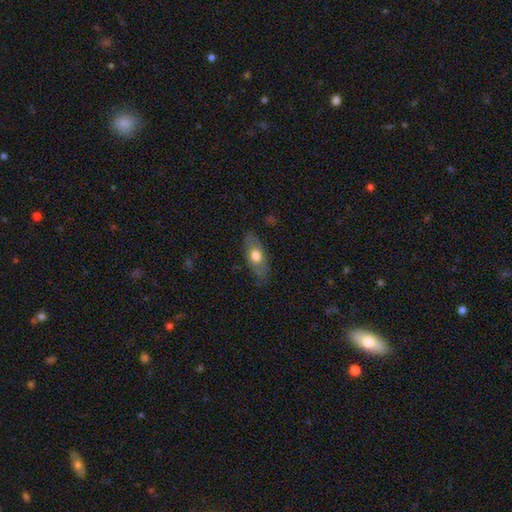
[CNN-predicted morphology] Overall: smooth (59%; featured or disk 35%). How rounded: in between (79%). Merging: none (78%).